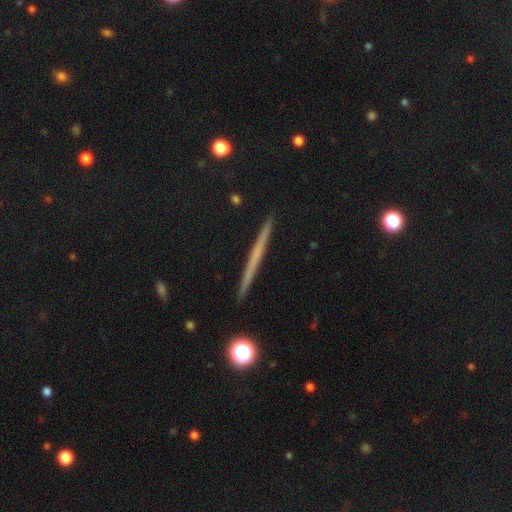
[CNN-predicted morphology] This is possibly a featured or disk galaxy (54%). It is clearly viewed edge-on (98%). Edge-on bulge: clearly none (91%). Merging: clearly none (93%).